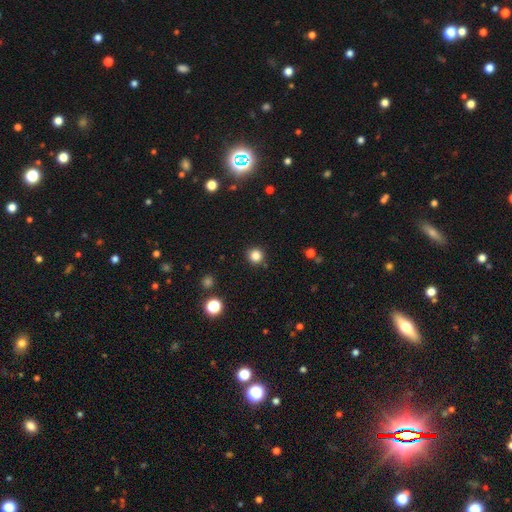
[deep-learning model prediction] Morphology: type=smooth (83%); roundness=round (94%); merging=none (91%).